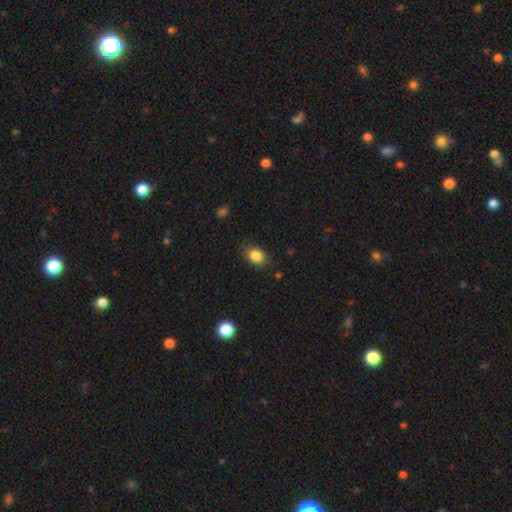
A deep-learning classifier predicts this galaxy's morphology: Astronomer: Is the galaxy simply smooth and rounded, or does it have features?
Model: smooth — 85%.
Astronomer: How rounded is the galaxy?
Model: in between — 75%.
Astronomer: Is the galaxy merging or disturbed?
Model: none — 81%.